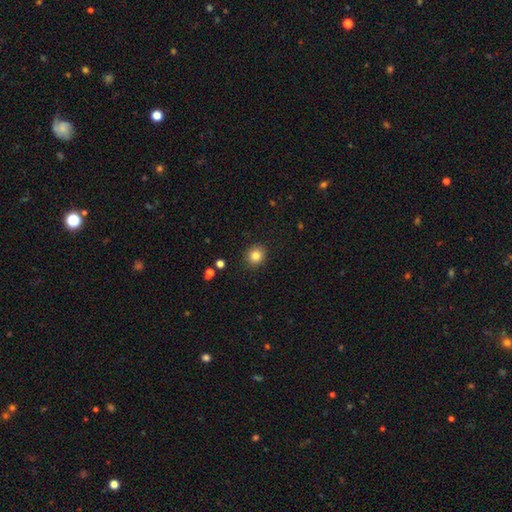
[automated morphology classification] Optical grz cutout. It shows a smooth galaxy with no disk features (83%) that is round (80%). Merging: none (91%).